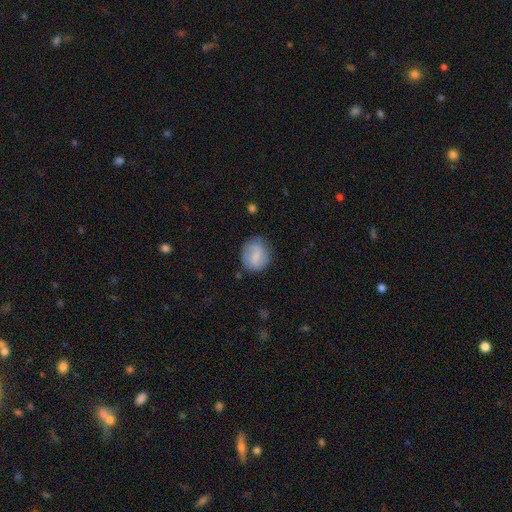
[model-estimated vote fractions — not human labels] Morphology: type=smooth (57%); roundness=round (70%); merging=none (73%).